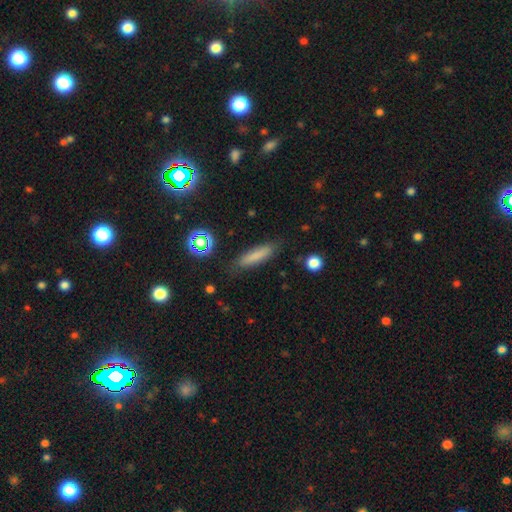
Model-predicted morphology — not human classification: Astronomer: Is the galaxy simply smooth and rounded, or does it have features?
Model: smooth — 78%.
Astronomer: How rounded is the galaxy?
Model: cigar-shaped — 76%.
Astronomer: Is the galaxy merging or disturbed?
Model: none — 83%.